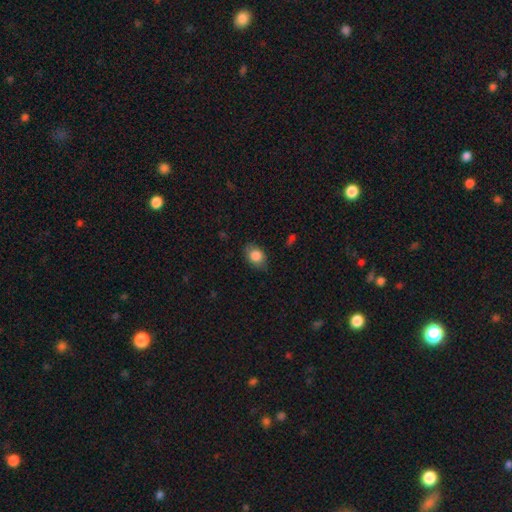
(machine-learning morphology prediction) A smooth galaxy with no disk features (82%) that is in between round and cigar-shaped (72%).

Vote fractions:
- Smooth or featured? smooth: 82% / featured or disk: 10% / star or artifact: 8%
- How rounded? in between: 72% / round: 26% / cigar-shaped: 1%
- Merging? none: 76% / minor disturbance: 18% / major disturbance: 4% / merger: 1%